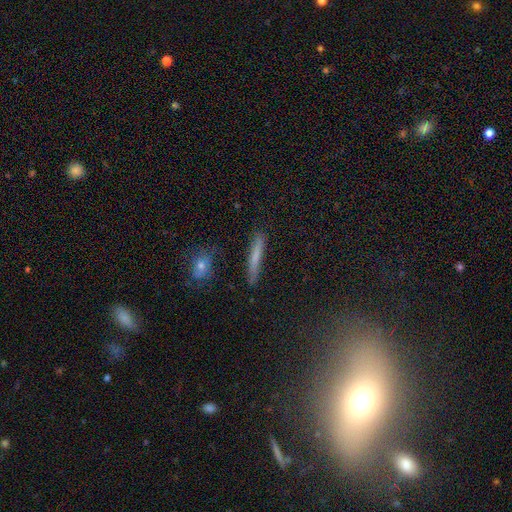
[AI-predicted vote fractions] Smooth or featured? Predicted: smooth (p=0.67). How rounded? Predicted: cigar-shaped (p=0.93). Merging? Predicted: none (p=0.83).